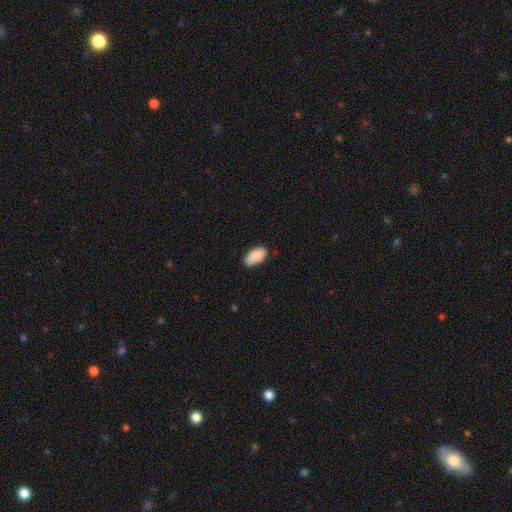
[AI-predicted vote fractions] Smooth or featured: smooth — 88% (star or artifact — 7%)
How rounded: in between — 95% (round — 3%)
Merging: none — 78% (minor disturbance — 18%)